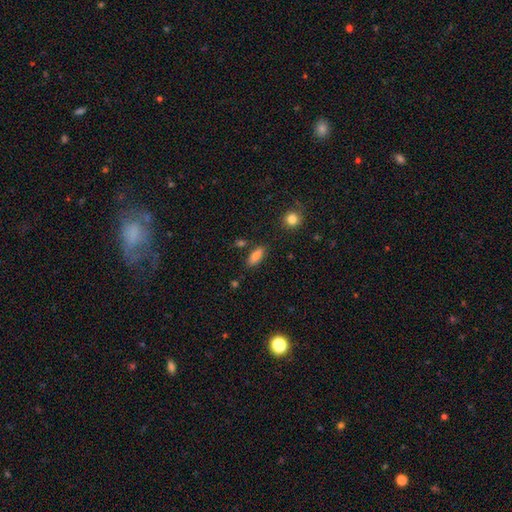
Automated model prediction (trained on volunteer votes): Smooth or featured? smooth (85%)
How rounded? in between (80%)
Merging? none (81%)